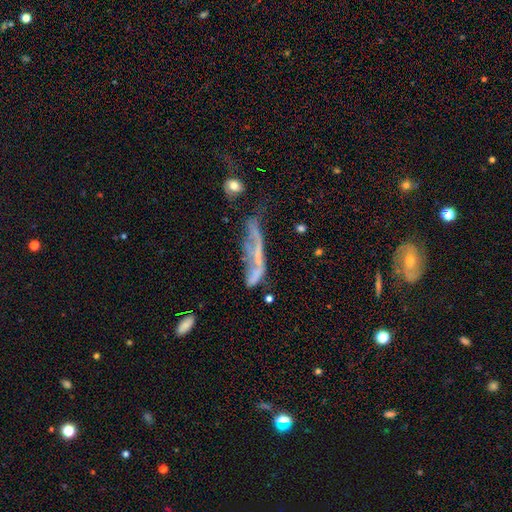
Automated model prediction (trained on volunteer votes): Morphology: type=featured or disk (54%); edge-on=no (56%); merging=none (32%).